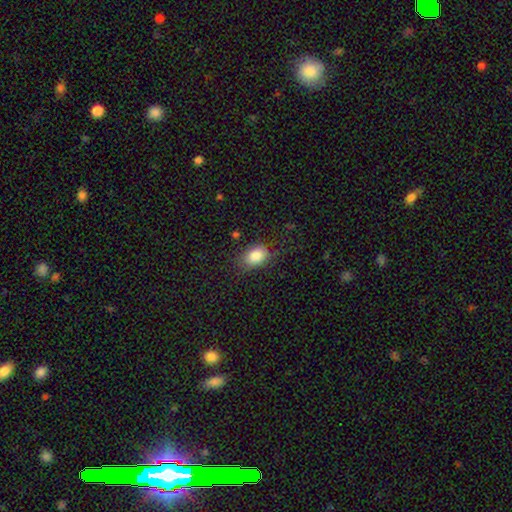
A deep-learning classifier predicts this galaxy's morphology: Smooth or featured?
  - smooth: 85% *
  - star or artifact: 9%
  - featured or disk: 7%
How rounded?
  - in between: 77% *
  - round: 21%
  - cigar-shaped: 1%
Merging?
  - none: 72% *
  - minor disturbance: 19%
  - major disturbance: 7%
  - merger: 2%